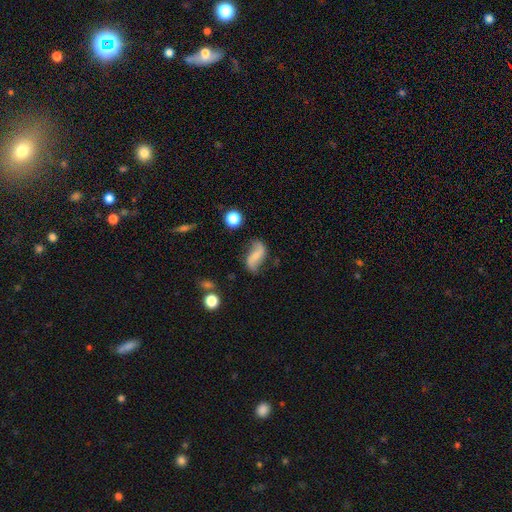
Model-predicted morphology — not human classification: A featured or disk galaxy (65%) with no bar (42%), 2 (91%) loose (83%) spiral arms (90%) and a small central bulge (49%). Merging: none (67%).